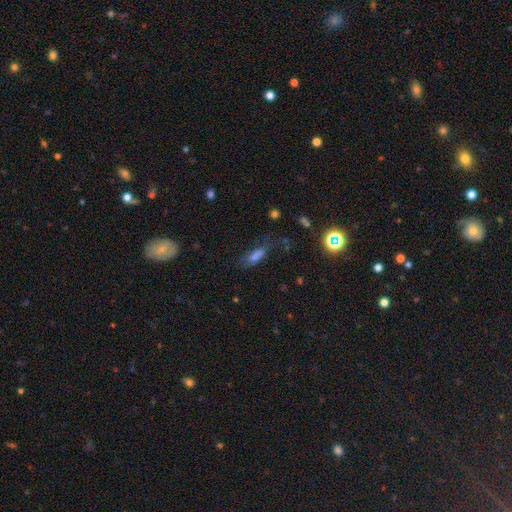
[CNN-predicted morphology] Smooth or featured?
  - smooth: 58% *
  - star or artifact: 22%
  - featured or disk: 20%
How rounded?
  - in between: 54% *
  - cigar-shaped: 40%
  - round: 6%
Merging?
  - none: 58% *
  - minor disturbance: 23%
  - major disturbance: 15%
  - merger: 4%